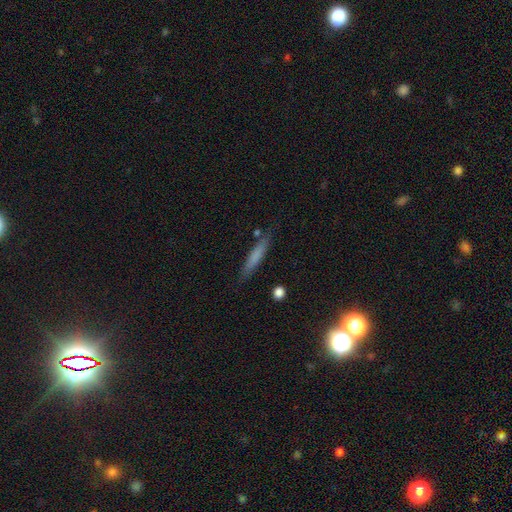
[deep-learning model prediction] Smooth or featured? Predicted: smooth (p=0.69). How rounded? Predicted: cigar-shaped (p=0.91). Merging? Predicted: none (p=0.82).